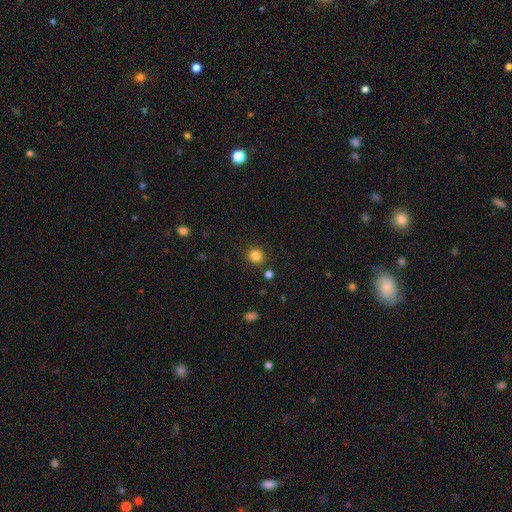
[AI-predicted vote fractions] Overall: smooth (83%). How rounded: round (91%). Merging: none (86%).